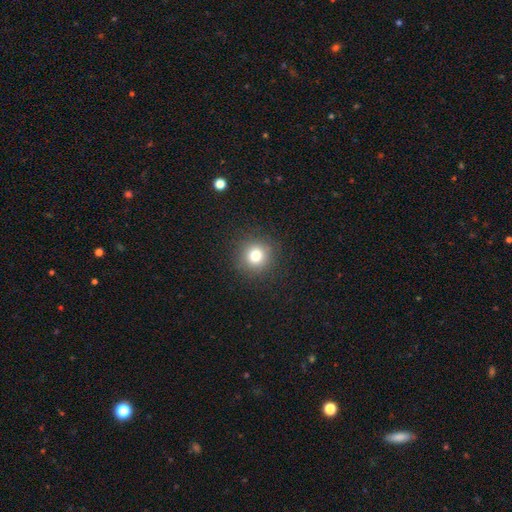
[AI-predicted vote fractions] This is likely a smooth galaxy (78%). How rounded: clearly round (93%). Merging: clearly none (89%).